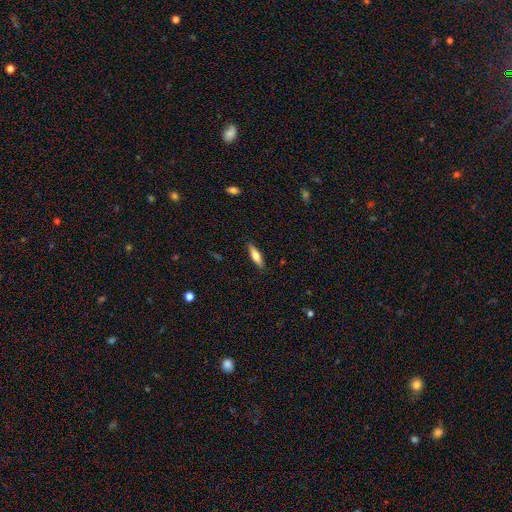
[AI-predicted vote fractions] Smooth or featured? Predicted: smooth (p=0.66). How rounded? Predicted: cigar-shaped (p=0.58). Merging? Predicted: none (p=0.88).